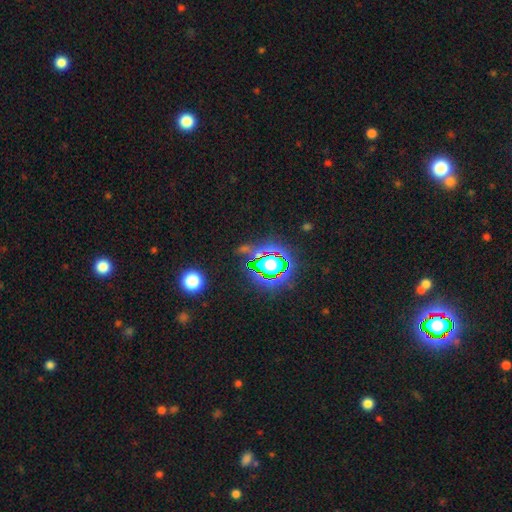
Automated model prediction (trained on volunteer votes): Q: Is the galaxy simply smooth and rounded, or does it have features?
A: star or artifact — 82%.